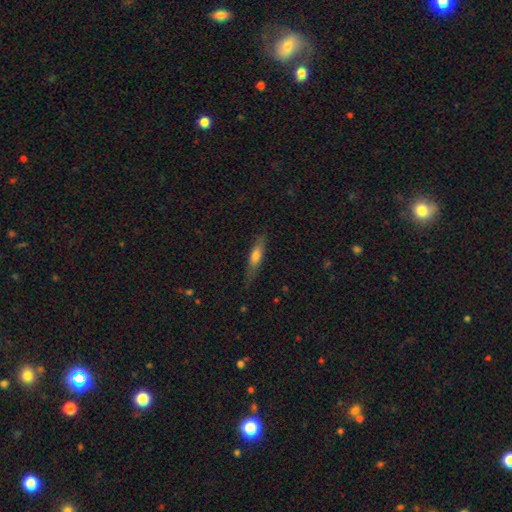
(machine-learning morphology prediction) Q: Smooth or featured?
A: smooth (59%); runner-up: featured or disk (34%)
Q: How rounded?
A: cigar-shaped (73%); runner-up: in between (25%)
Q: Merging?
A: none (73%); runner-up: minor disturbance (20%)